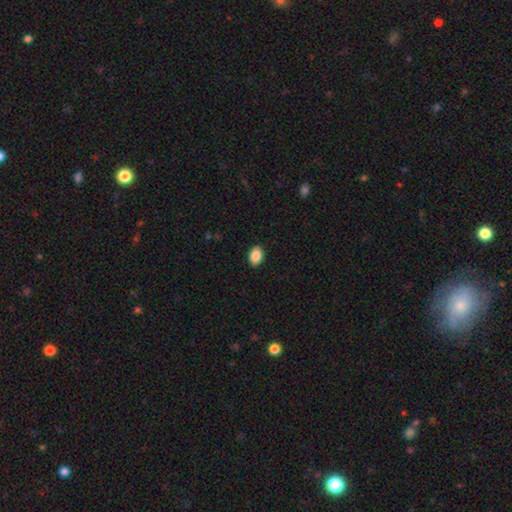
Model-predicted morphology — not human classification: The model was most divided on "how rounded": in between: 82%, round: 16%, cigar-shaped: 1%. More confident: merging — none (90%); smooth or featured — smooth (89%).